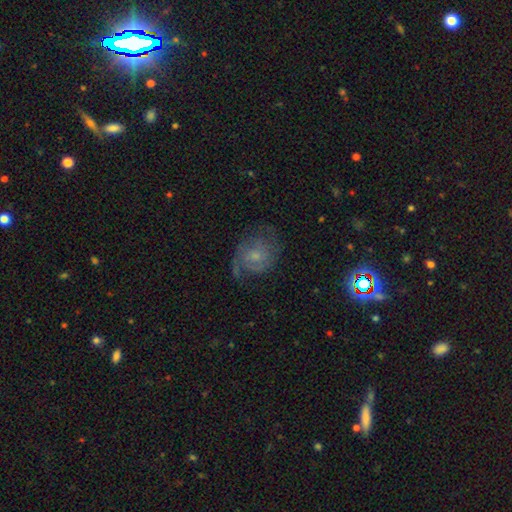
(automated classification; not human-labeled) This appears to be a featured or disk galaxy (67%) with no bar (71%), 2 (50%) medium (41%) spiral arms (88%) and a small central bulge (60%). Merging: none (56%).